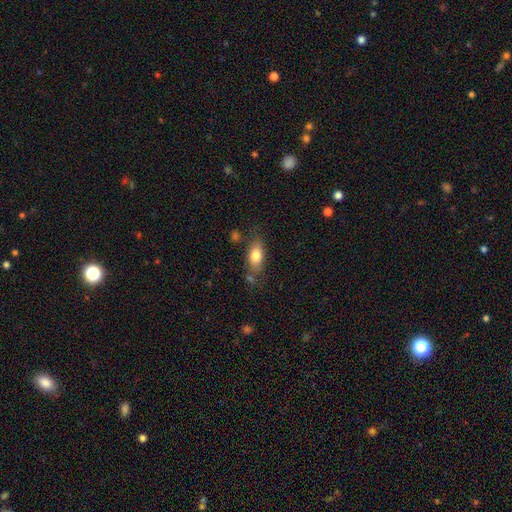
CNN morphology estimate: A smooth galaxy with no disk features (78%) that is in between round and cigar-shaped (83%). Merging: none (68%).